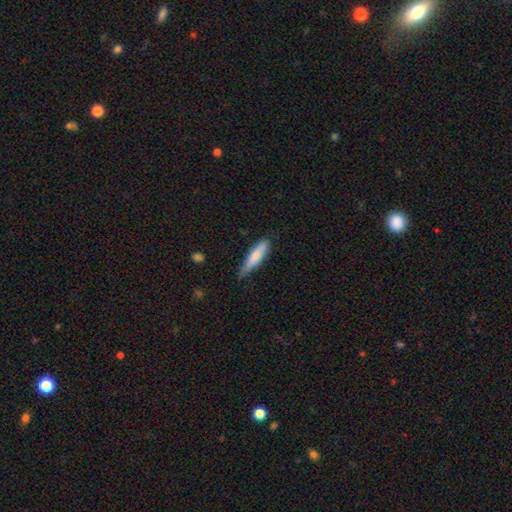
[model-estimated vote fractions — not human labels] Smooth or featured? smooth (74%)
How rounded? cigar-shaped (75%)
Merging? none (60%)